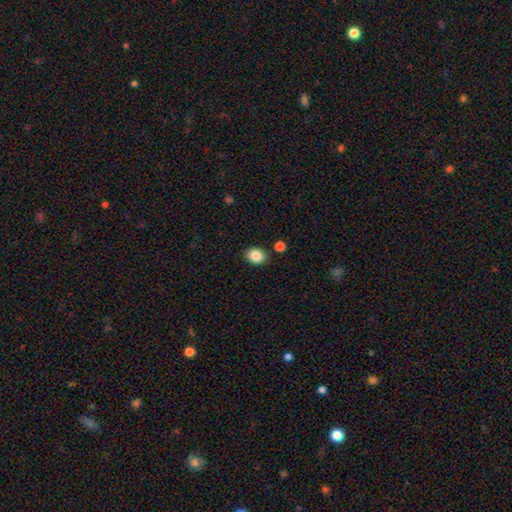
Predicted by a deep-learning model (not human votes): Smooth or featured? Predicted: smooth (p=0.85). How rounded? Predicted: in between (p=0.56). Merging? Predicted: none (p=0.84).